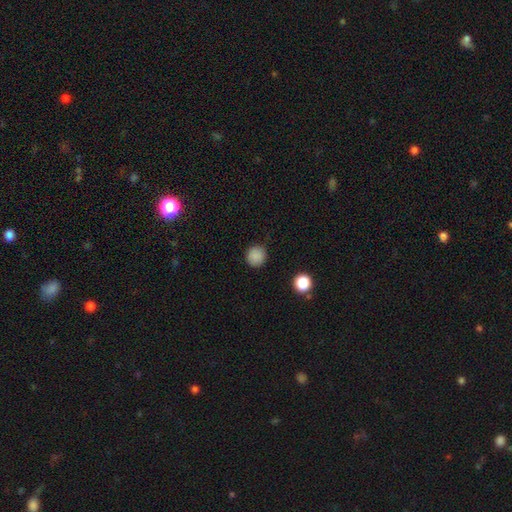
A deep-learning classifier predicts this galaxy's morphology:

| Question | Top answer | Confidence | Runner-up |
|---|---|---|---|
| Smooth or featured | smooth | 86% | star or artifact (11%) |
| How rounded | round | 90% | in between (9%) |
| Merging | none | 88% | minor disturbance (9%) |